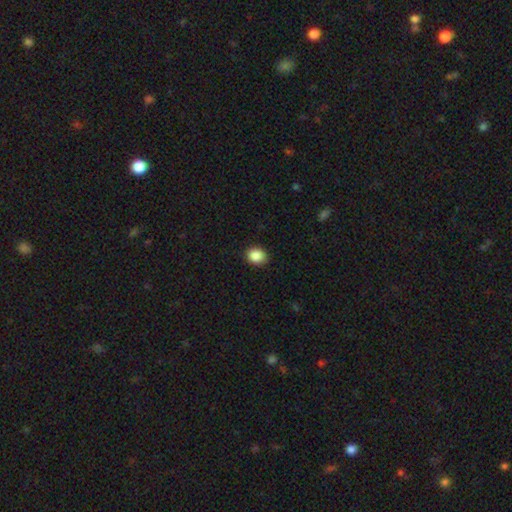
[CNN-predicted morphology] Overall: smooth (88%). How rounded: round (55%; in between 44%). Merging: none (89%).